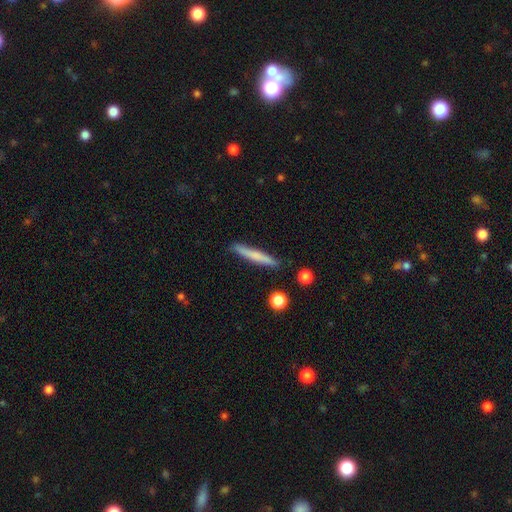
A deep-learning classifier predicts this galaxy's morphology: This is likely a smooth galaxy (63%). How rounded: clearly cigar-shaped (95%). Merging: clearly none (88%).